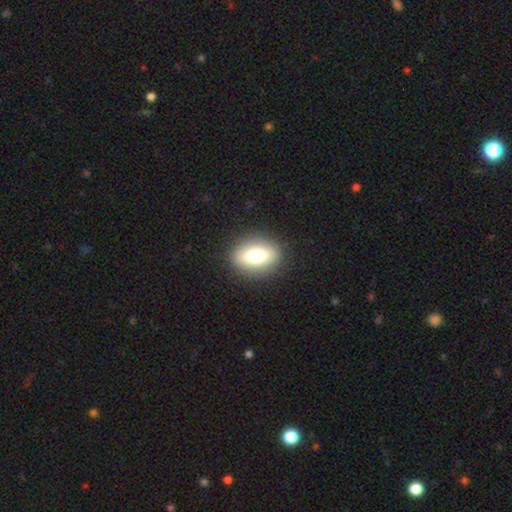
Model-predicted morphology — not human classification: This is likely a smooth galaxy (73%). How rounded: likely in between (70%). Merging: clearly none (89%).